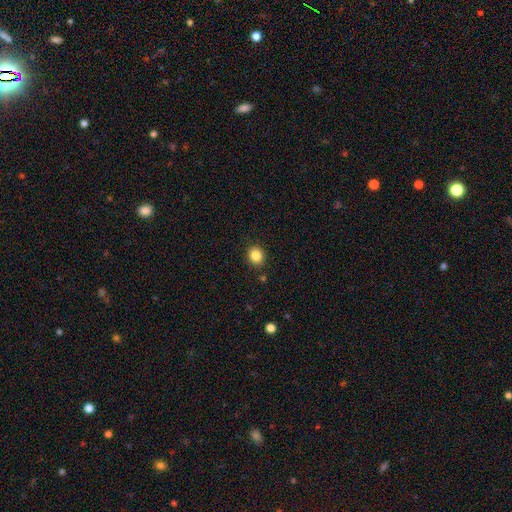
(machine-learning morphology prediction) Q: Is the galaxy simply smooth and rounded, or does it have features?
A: smooth — 85%.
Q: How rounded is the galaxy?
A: round — 68%.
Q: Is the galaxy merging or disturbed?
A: none — 89%.